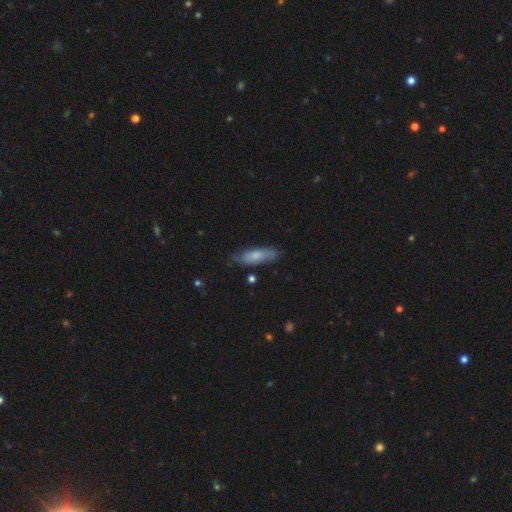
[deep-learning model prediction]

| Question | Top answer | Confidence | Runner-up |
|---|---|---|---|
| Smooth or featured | smooth | 71% | featured or disk (23%) |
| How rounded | cigar-shaped | 57% | in between (41%) |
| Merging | none | 75% | minor disturbance (20%) |